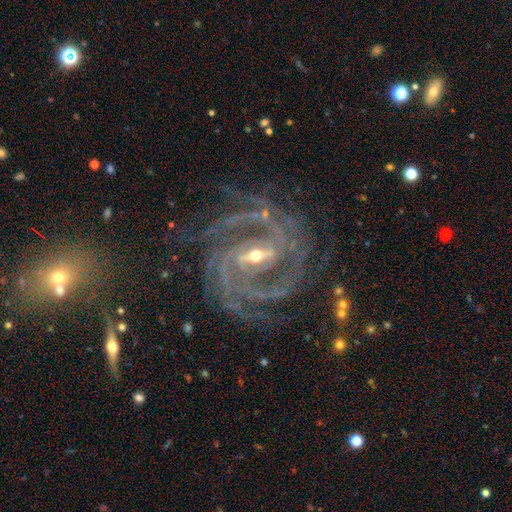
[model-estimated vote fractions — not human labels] Smooth or featured? Predicted: featured or disk (p=0.94). Edge-on disk? Predicted: no (p=0.98). Bar? Predicted: strong (p=0.59). Spiral arms? Predicted: yes (p=0.99). Spiral winding? Predicted: tight (p=0.56). Spiral arm count? Predicted: 2 (p=0.27). Bulge size? Predicted: small (p=0.56). Merging? Predicted: none (p=0.71).